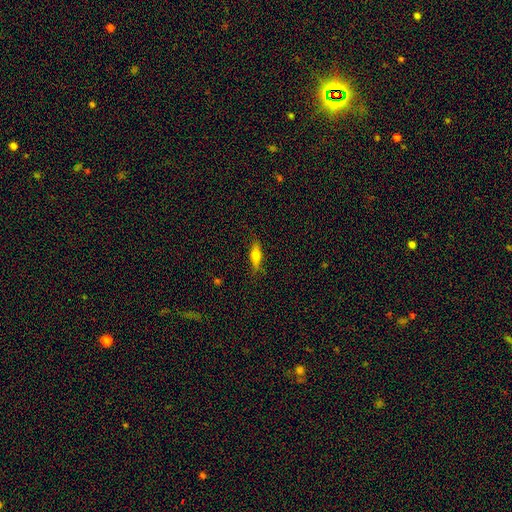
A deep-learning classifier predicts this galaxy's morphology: This appears to be a smooth galaxy with no disk features (61%) that is cigar-shaped (54%). Merging: none (82%).